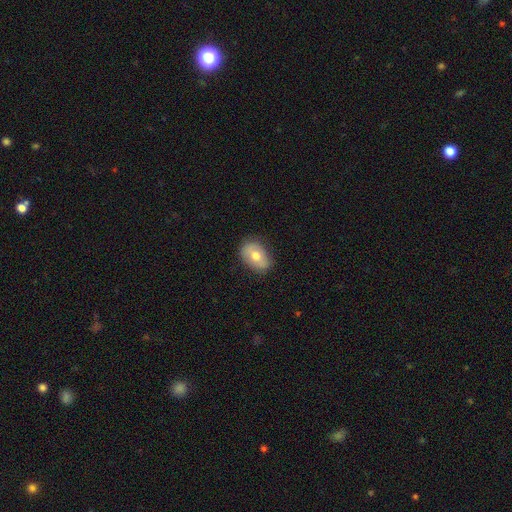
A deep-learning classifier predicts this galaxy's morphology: Smooth or featured: smooth — 67% (featured or disk — 26%)
How rounded: in between — 80% (round — 19%)
Merging: none — 79% (minor disturbance — 16%)